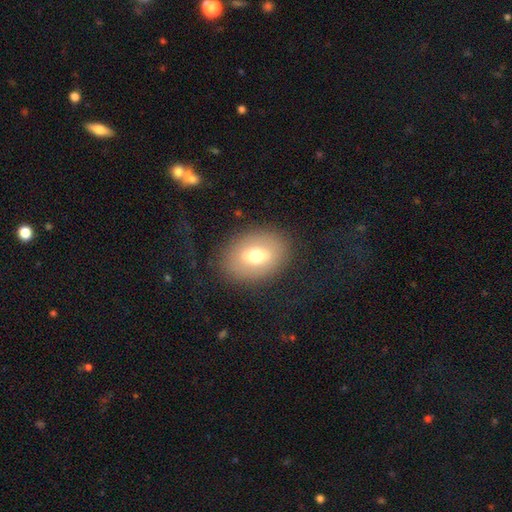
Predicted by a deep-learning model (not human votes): smooth-or-featured: smooth: 63% | featured or disk: 27% | star or artifact: 10%
  how-rounded: in between: 69% | round: 29% | cigar-shaped: 1%
  merging: none: 83% | minor disturbance: 10% | major disturbance: 6% | merger: 1%